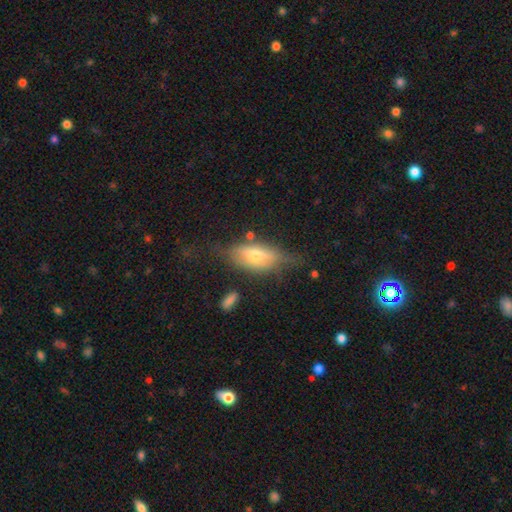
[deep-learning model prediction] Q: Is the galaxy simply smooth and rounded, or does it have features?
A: featured or disk — 53%.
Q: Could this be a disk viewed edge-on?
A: yes — 79%.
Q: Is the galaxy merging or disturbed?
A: none — 57%.